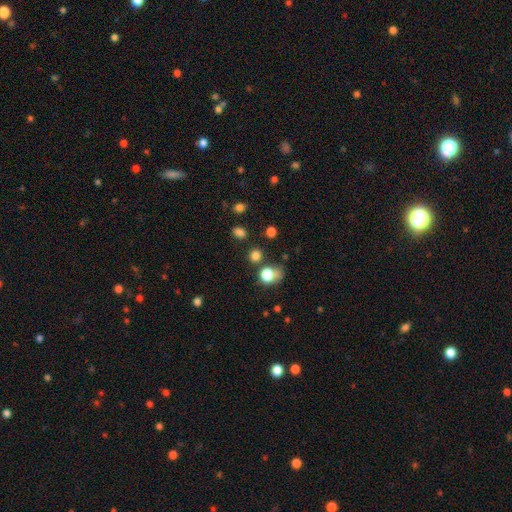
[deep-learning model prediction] Q: Smooth or featured?
A: smooth (76%); runner-up: star or artifact (17%)
Q: How rounded?
A: round (77%); runner-up: in between (22%)
Q: Merging?
A: none (70%); runner-up: minor disturbance (13%)